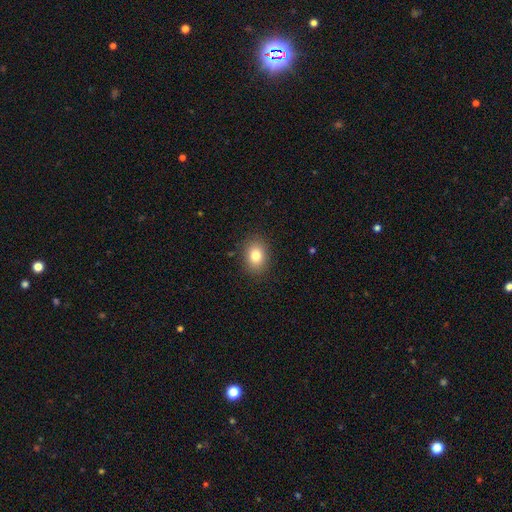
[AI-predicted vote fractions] The model was most divided on "how rounded": in between: 63%, round: 36%, cigar-shaped: 1%. More confident: merging — none (87%); smooth or featured — smooth (81%).